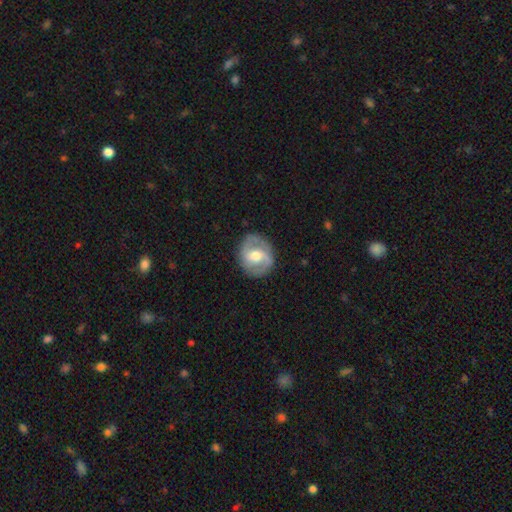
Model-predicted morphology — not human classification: smooth_or_featured: featured or disk (p=0.70) [alt: smooth p=0.25]
disk_edge_on: no (p=0.97) [alt: yes p=0.03]
bar: weak (p=0.47) [alt: no p=0.29]
has_spiral_arms: yes (p=0.78) [alt: no p=0.22]
spiral_winding: medium (p=0.47) [alt: tight p=0.28]
spiral_arm_count: 2 (p=0.84) [alt: can't tell p=0.09]
bulge_size: moderate (p=0.72) [alt: small p=0.17]
merging: none (p=0.83) [alt: minor disturbance p=0.12]